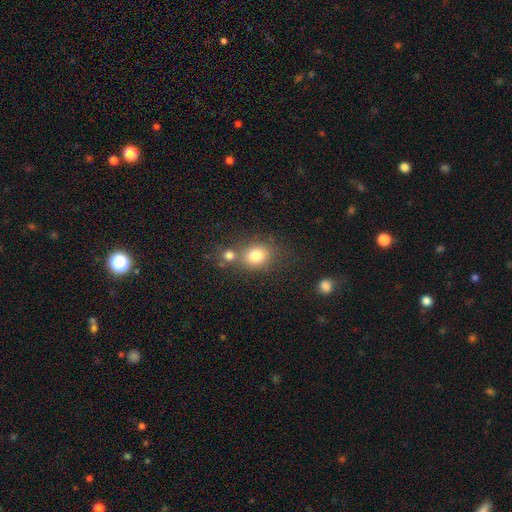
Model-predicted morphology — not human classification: smooth_or_featured: smooth (p=0.78) [alt: star or artifact p=0.13]
how_rounded: round (p=0.65) [alt: in between p=0.34]
merging: none (p=0.55) [alt: merger p=0.29]